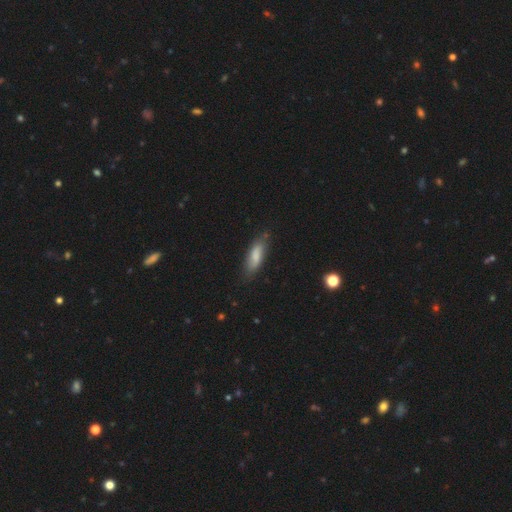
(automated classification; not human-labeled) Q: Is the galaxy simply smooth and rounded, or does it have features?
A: smooth — 77%.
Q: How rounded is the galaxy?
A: in between — 57%.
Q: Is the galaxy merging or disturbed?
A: none — 75%.